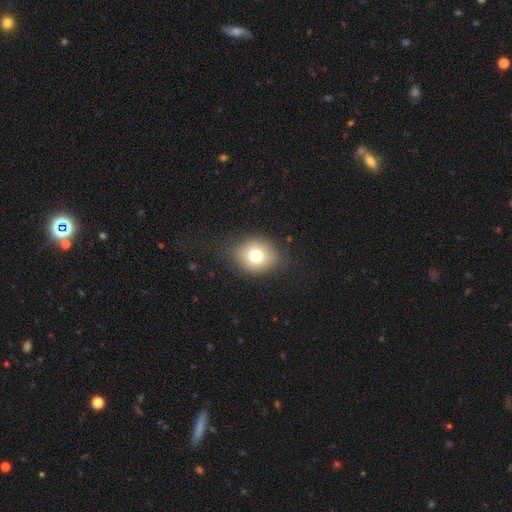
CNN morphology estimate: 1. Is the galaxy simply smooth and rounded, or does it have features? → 75% smooth, 13% featured or disk, 11% star or artifact.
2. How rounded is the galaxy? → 57% round, 42% in between, 1% cigar-shaped.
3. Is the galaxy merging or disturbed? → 82% none, 13% minor disturbance, 4% major disturbance, 1% merger.